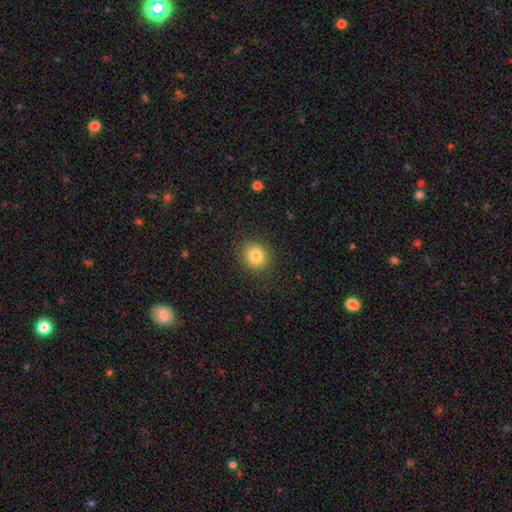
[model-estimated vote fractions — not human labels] Smooth or featured? smooth (82%)
How rounded? round (82%)
Merging? none (88%)